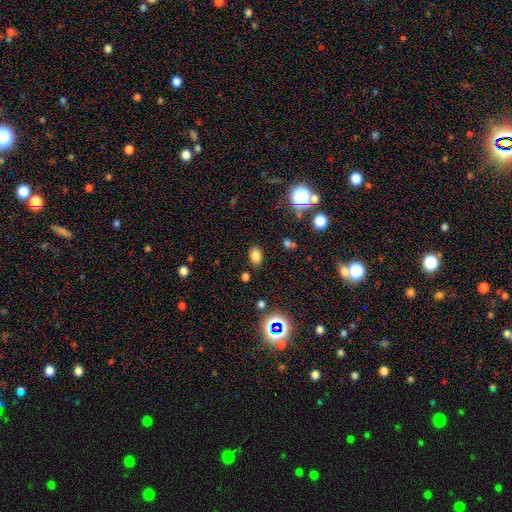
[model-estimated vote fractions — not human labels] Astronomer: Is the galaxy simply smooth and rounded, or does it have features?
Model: smooth — 77%.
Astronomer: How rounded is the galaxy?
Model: in between — 78%.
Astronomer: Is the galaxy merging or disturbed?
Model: none — 85%.